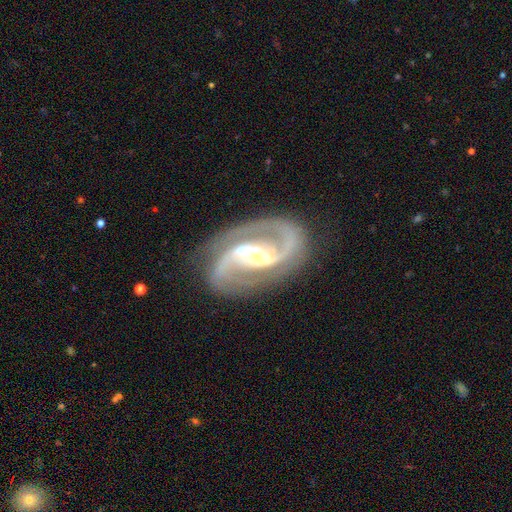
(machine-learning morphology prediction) A featured or disk galaxy (92%) with a strong bar (38%), 2 (92%) medium (62%) spiral arms (98%) and a moderate central bulge (43%).

Vote fractions:
- Smooth or featured? featured or disk: 92% / star or artifact: 5% / smooth: 3%
- Edge-on disk? no: 98% / yes: 2%
- Bar? strong: 38% / weak: 37% / no: 24%
- Spiral arms? yes: 98% / no: 2%
- Spiral winding? medium: 62% / tight: 21% / loose: 17%
- Spiral arm count? 2: 92% / 3: 2% / can't tell: 2% / 1: 2% / 4: 1% / more than 4: 1%
- Bulge size? moderate: 43% / small: 42% / large: 9% / none: 5% / dominant: 2%
- Merging? none: 74% / minor disturbance: 14% / major disturbance: 8% / merger: 4%